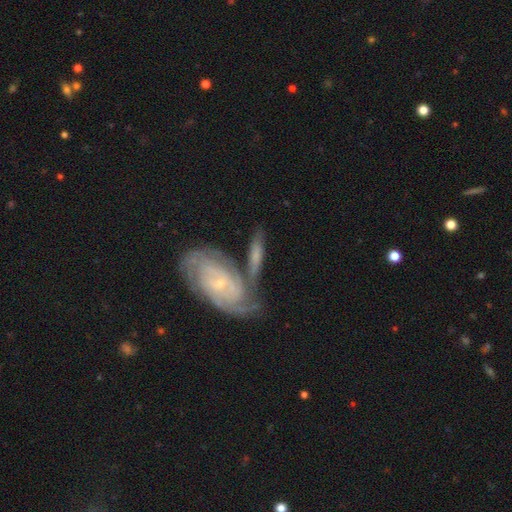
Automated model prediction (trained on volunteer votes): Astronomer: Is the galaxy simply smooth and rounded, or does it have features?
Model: featured or disk — 67%.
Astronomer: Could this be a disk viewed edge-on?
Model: no — 83%.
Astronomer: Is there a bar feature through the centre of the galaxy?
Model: no — 64%.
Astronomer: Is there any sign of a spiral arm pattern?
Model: yes — 88%.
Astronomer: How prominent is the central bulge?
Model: small — 75%.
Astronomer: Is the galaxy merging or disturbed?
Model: none — 46% (runner-up: merger, 33%).